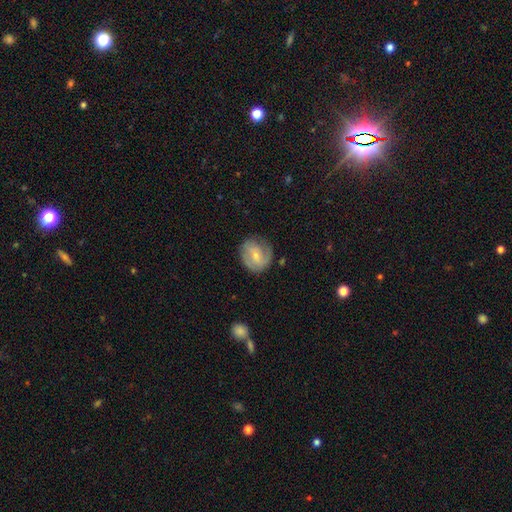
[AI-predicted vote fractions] Q: Smooth or featured?
A: featured or disk (66%); runner-up: smooth (28%)
Q: Edge-on disk?
A: no (98%); runner-up: yes (2%)
Q: Bar?
A: weak (46%); runner-up: no (40%)
Q: Spiral arms?
A: yes (88%); runner-up: no (12%)
Q: Spiral winding?
A: tight (43%); runner-up: medium (41%)
Q: Spiral arm count?
A: 2 (64%); runner-up: can't tell (17%)
Q: Bulge size?
A: small (66%); runner-up: moderate (27%)
Q: Merging?
A: none (72%); runner-up: minor disturbance (19%)